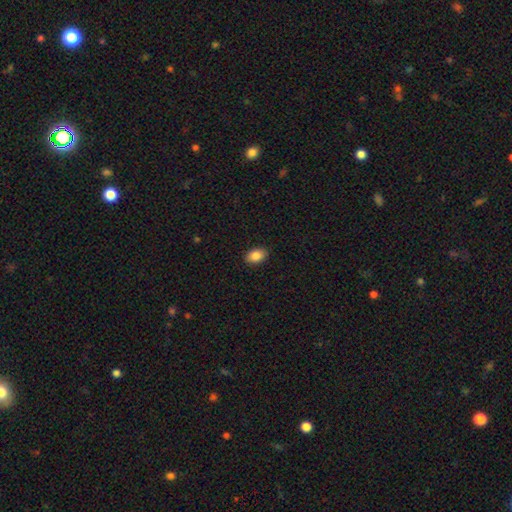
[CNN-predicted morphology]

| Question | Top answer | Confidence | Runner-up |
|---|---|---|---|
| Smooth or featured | smooth | 87% | star or artifact (8%) |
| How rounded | in between | 87% | round (12%) |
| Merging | none | 89% | minor disturbance (8%) |